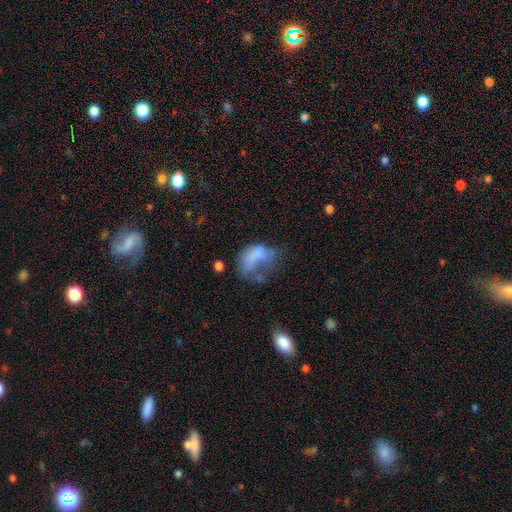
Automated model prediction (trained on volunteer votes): Smooth or featured?
  - smooth: 55% *
  - featured or disk: 32%
  - star or artifact: 13%
How rounded?
  - in between: 81% *
  - round: 17%
  - cigar-shaped: 2%
Merging?
  - major disturbance: 53% *
  - minor disturbance: 18%
  - none: 18%
  - merger: 10%